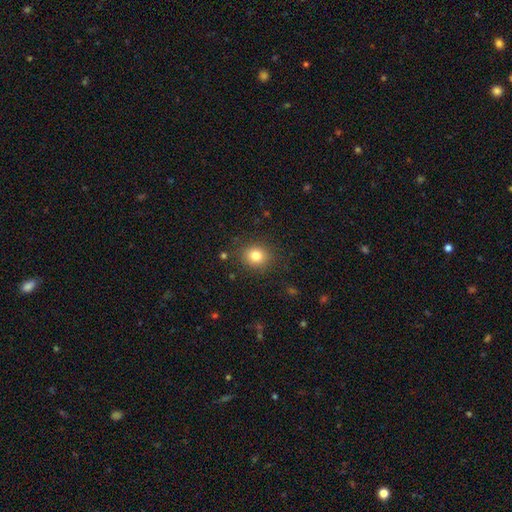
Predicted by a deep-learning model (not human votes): Smooth or featured? smooth (81%)
How rounded? round (76%)
Merging? none (87%)